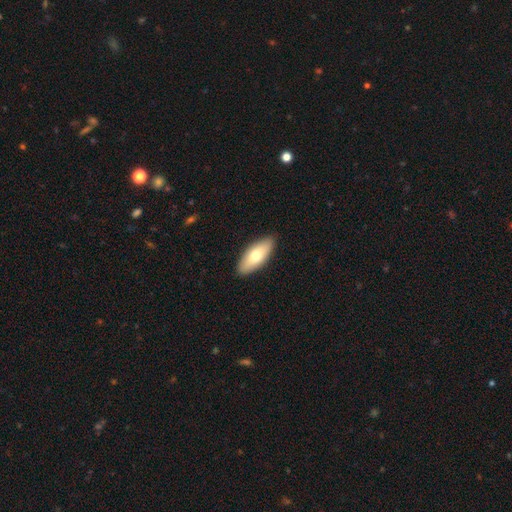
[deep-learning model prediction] This is likely a smooth galaxy (72%). How rounded: clearly in between (81%). Merging: clearly none (89%).